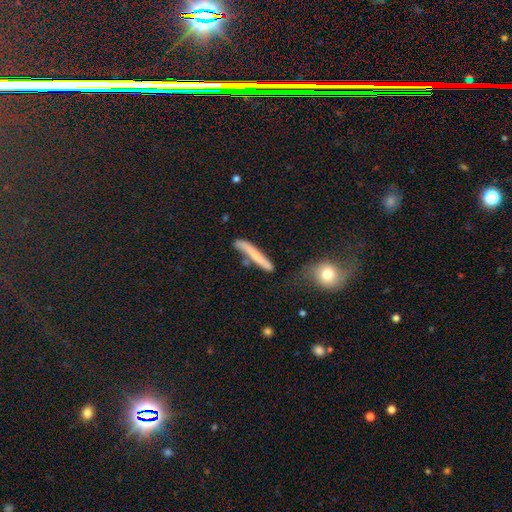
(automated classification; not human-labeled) This appears to be a smooth galaxy with no disk features (58%) that is cigar-shaped (93%). Merging: none (58%).